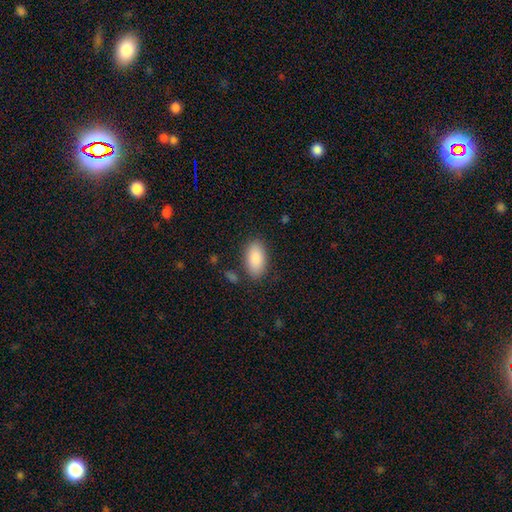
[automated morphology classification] A smooth galaxy with no disk features (87%) that is in between round and cigar-shaped (94%).

Vote fractions:
- Smooth or featured? smooth: 87% / star or artifact: 7% / featured or disk: 6%
- How rounded? in between: 94% / round: 4% / cigar-shaped: 2%
- Merging? none: 85% / minor disturbance: 10% / major disturbance: 3% / merger: 2%